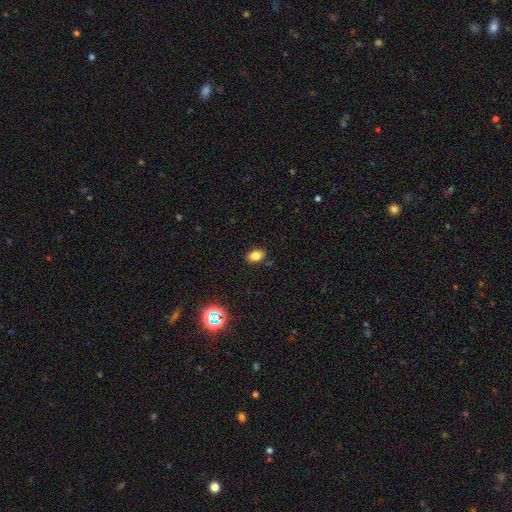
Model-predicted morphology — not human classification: This is clearly a smooth galaxy (81%). How rounded: clearly in between (81%). Merging: clearly none (85%).